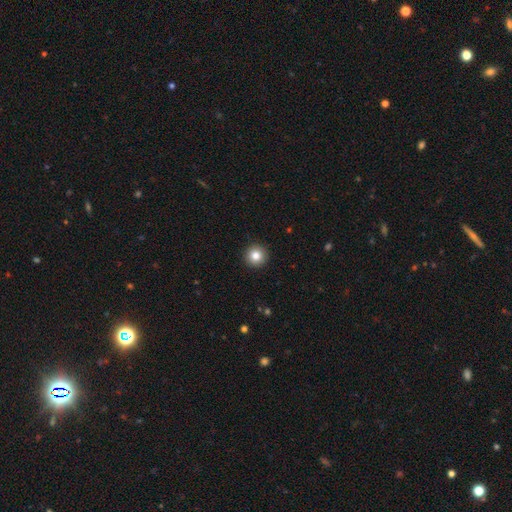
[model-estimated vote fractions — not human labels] Overall: smooth (83%). How rounded: round (96%). Merging: none (94%).